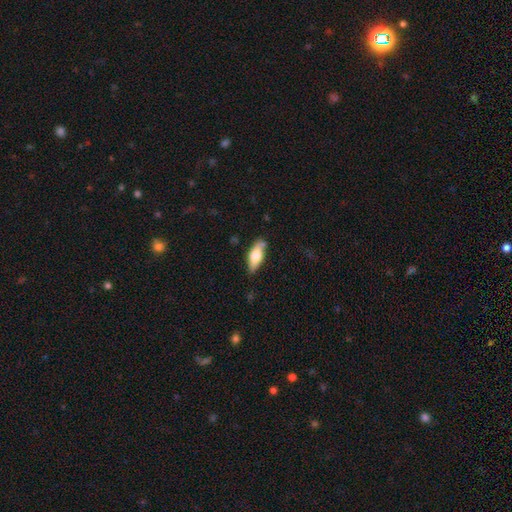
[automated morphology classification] smooth-or-featured: smooth: 63% | featured or disk: 31% | star or artifact: 6%
  how-rounded: in between: 74% | cigar-shaped: 23% | round: 3%
  merging: none: 74% | minor disturbance: 19% | major disturbance: 4% | merger: 3%